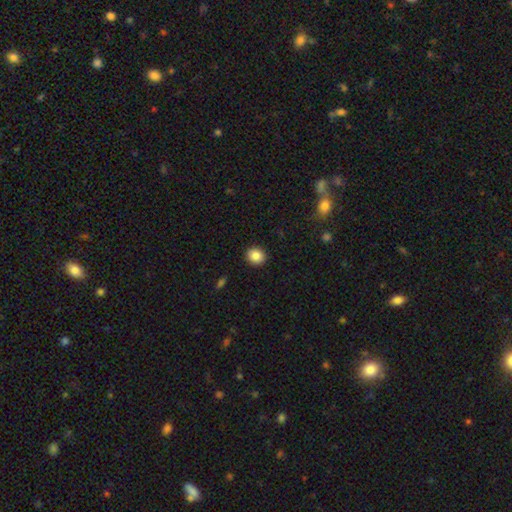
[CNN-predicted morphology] smooth 87%, star or artifact 9%, featured or disk 4%. Down the decision tree: how rounded — round (79%); merging — none (92%).